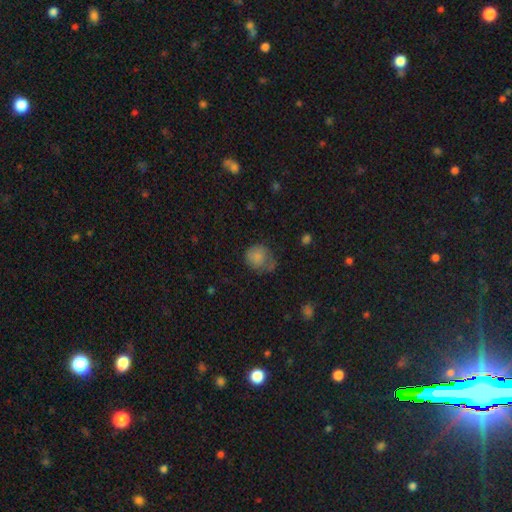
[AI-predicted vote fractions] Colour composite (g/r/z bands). It shows a smooth galaxy with no disk features (66%) that is round (74%). Merging: none (52%).